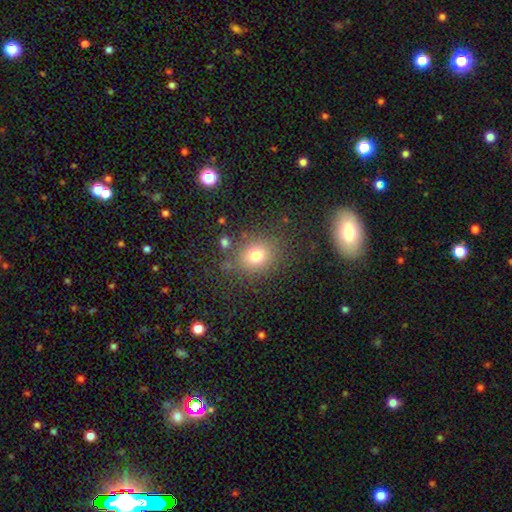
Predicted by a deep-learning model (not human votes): Smooth or featured: smooth — 75% (star or artifact — 16%)
How rounded: round — 74% (in between — 25%)
Merging: none — 80% (minor disturbance — 11%)